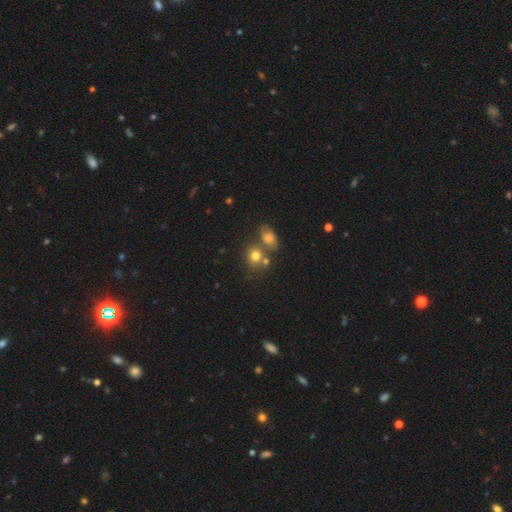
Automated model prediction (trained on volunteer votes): Smooth or featured: smooth — 75% (star or artifact — 13%)
How rounded: round — 70% (in between — 29%)
Merging: none — 49% (merger — 35%)